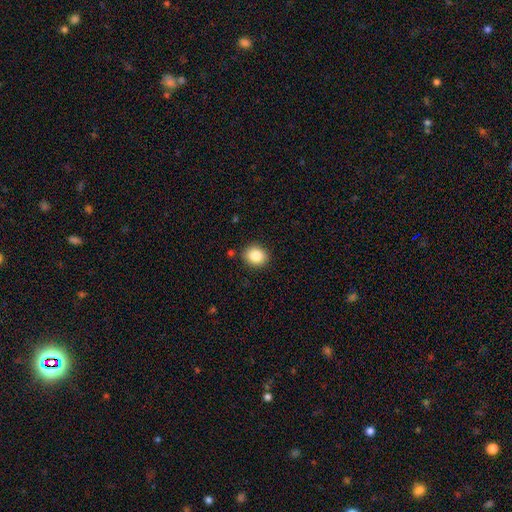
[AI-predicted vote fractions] Smooth or featured: smooth — 84% (star or artifact — 9%)
How rounded: round — 69% (in between — 30%)
Merging: none — 88% (minor disturbance — 8%)